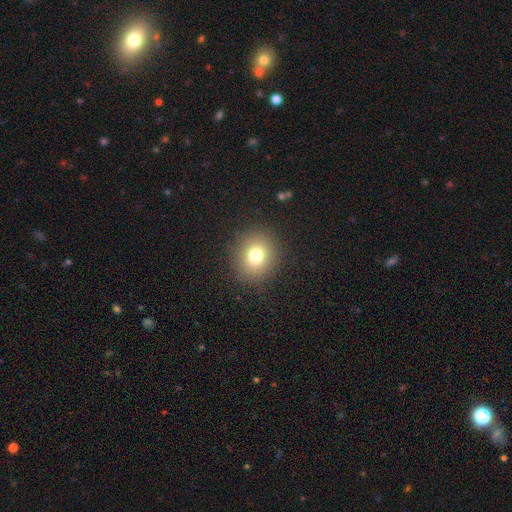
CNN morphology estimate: Smooth or featured: smooth — 77% (star or artifact — 13%)
How rounded: round — 82% (in between — 17%)
Merging: none — 89% (minor disturbance — 7%)